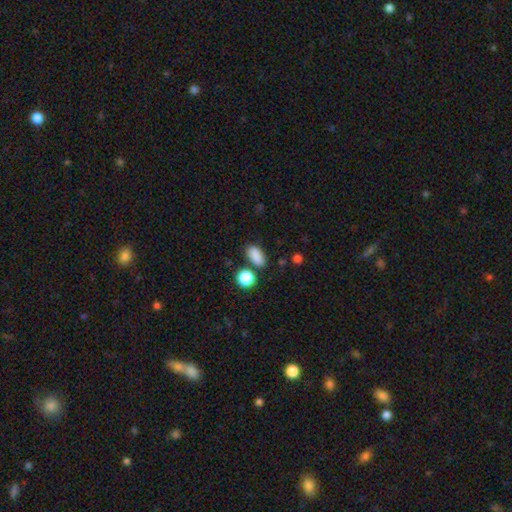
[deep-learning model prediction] Smooth or featured: smooth — 85% (star or artifact — 10%)
How rounded: in between — 87% (round — 10%)
Merging: none — 77% (minor disturbance — 12%)